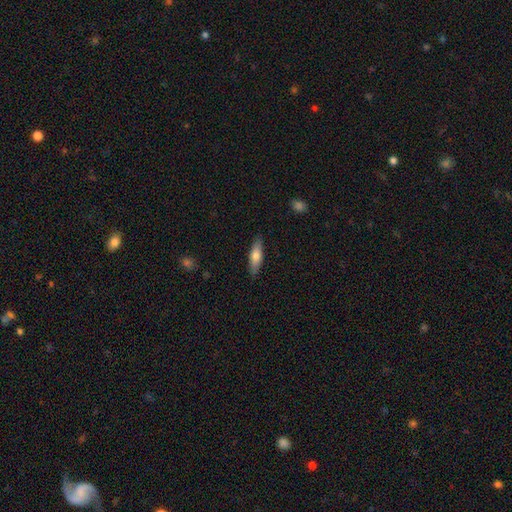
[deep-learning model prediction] This is likely a smooth galaxy (69%). How rounded: possibly cigar-shaped (57%). Merging: clearly none (86%).